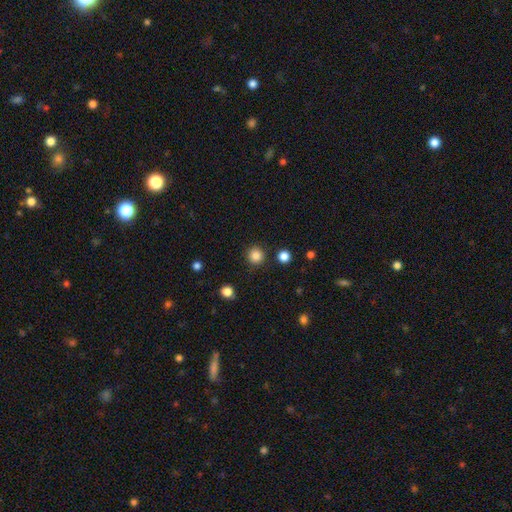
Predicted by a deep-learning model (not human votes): Overall: smooth (85%). How rounded: round (94%). Merging: none (90%).